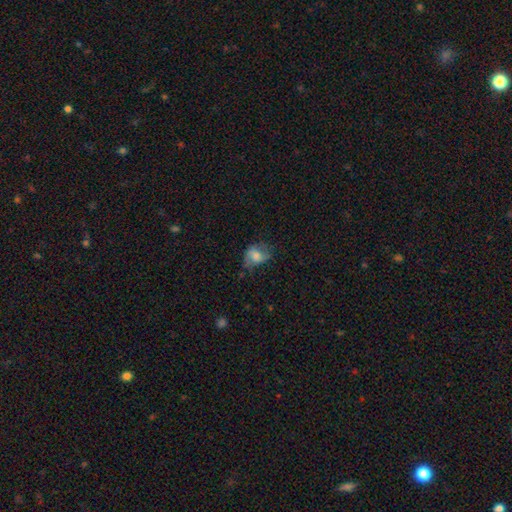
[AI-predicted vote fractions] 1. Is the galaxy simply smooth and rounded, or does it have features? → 62% smooth, 29% featured or disk, 9% star or artifact.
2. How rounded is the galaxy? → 65% in between, 33% round, 1% cigar-shaped.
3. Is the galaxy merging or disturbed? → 45% none, 32% minor disturbance, 21% major disturbance, 2% merger.